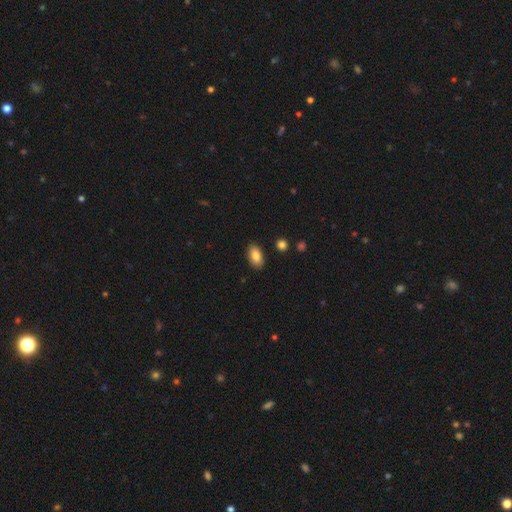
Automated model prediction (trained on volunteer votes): This is clearly a smooth galaxy (85%). How rounded: clearly in between (93%). Merging: clearly none (88%).